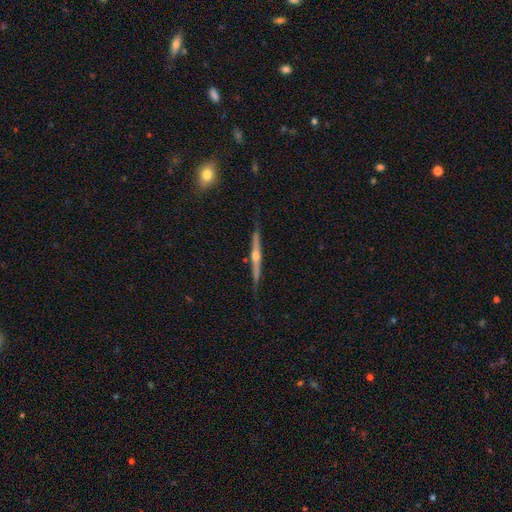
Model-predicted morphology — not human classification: A featured or disk galaxy (82%) viewed edge-on (98%) with a rounded central bulge (90%). Merging: none (86%).